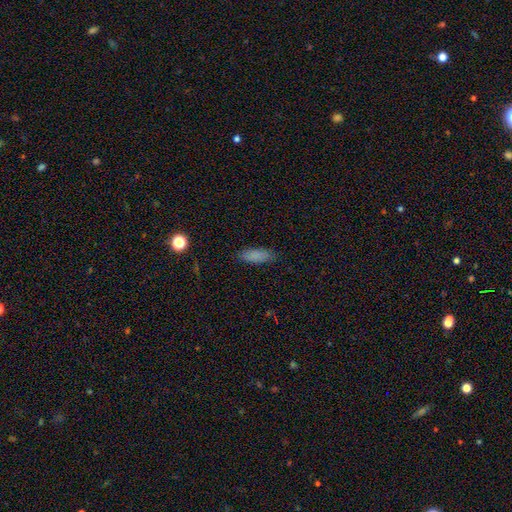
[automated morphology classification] Q: Smooth or featured?
A: smooth (84%); runner-up: star or artifact (9%)
Q: How rounded?
A: in between (60%); runner-up: cigar-shaped (38%)
Q: Merging?
A: none (85%); runner-up: minor disturbance (11%)